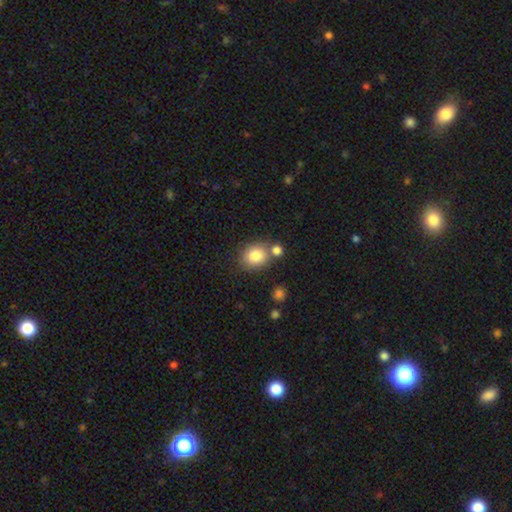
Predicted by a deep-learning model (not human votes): Morphology: type=smooth (82%); roundness=round (65%); merging=none (64%).